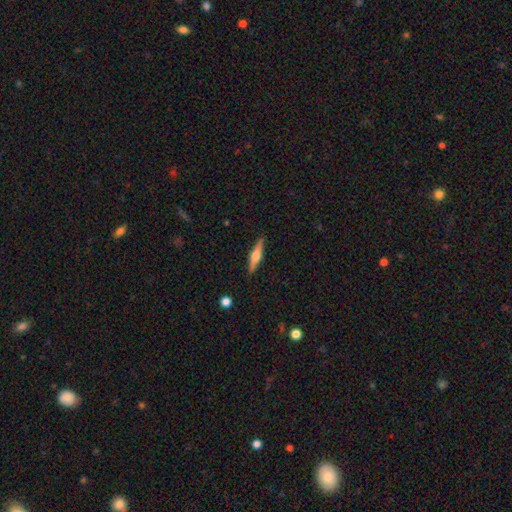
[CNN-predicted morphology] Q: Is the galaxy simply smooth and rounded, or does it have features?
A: featured or disk — 65%.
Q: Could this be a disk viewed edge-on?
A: yes — 97%.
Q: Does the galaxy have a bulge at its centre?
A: rounded — 89%.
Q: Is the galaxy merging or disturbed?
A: none — 90%.